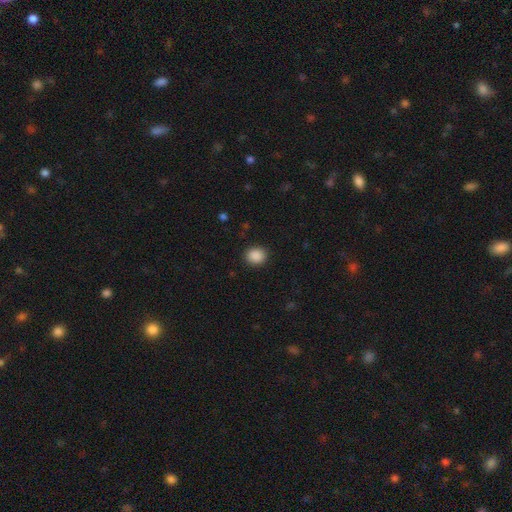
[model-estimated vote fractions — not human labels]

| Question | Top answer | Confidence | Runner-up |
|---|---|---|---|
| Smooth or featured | smooth | 88% | star or artifact (9%) |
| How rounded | round | 76% | in between (23%) |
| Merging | none | 90% | minor disturbance (7%) |